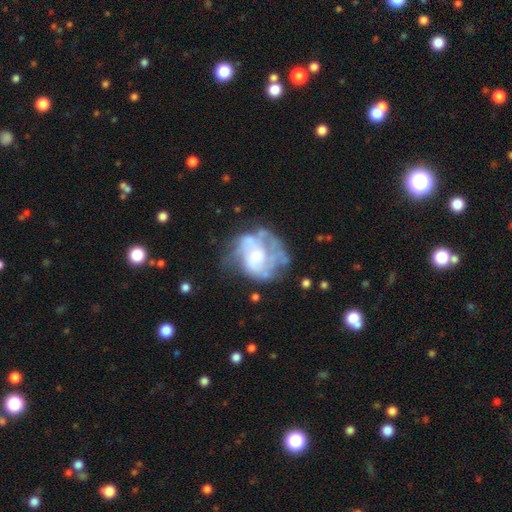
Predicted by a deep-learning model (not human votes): Smooth or featured? featured or disk (69%)
Edge-on disk? no (98%)
Bar? no (75%)
Spiral arms? yes (55%)
Bulge size? moderate (38%)
Merging? none (41%)